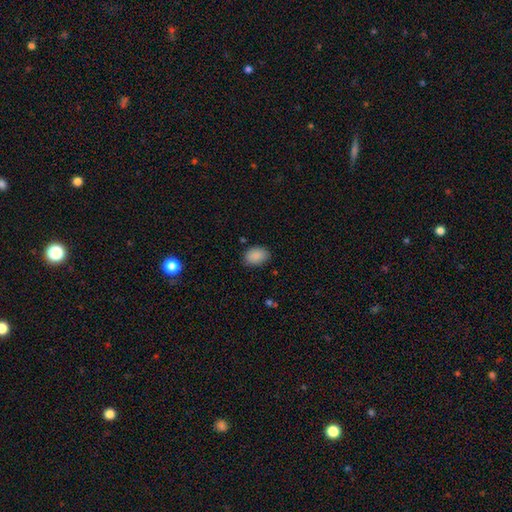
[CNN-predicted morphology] Q: Smooth or featured?
A: smooth (89%); runner-up: star or artifact (8%)
Q: How rounded?
A: in between (81%); runner-up: round (18%)
Q: Merging?
A: none (84%); runner-up: minor disturbance (12%)